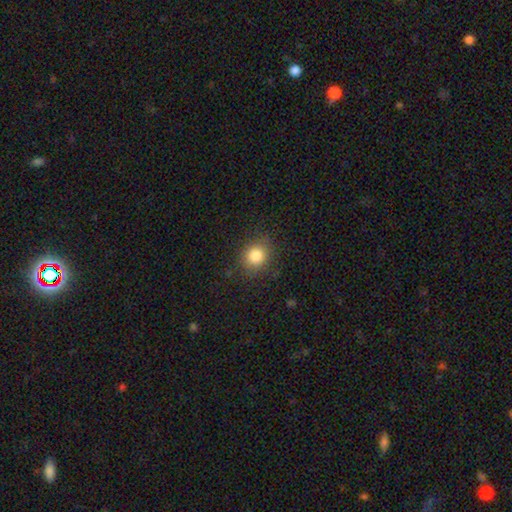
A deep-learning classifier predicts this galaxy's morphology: smooth-or-featured: smooth: 83% | star or artifact: 11% | featured or disk: 6%
  how-rounded: round: 76% | in between: 23% | cigar-shaped: 1%
  merging: none: 84% | minor disturbance: 11% | major disturbance: 4% | merger: 1%